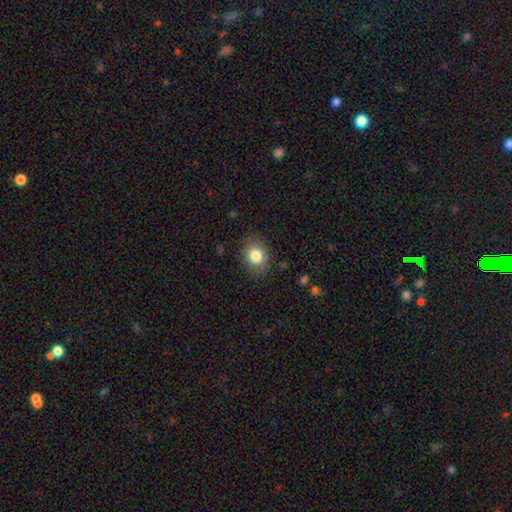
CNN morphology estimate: Q: Smooth or featured?
A: smooth (82%); runner-up: star or artifact (10%)
Q: How rounded?
A: round (52%); runner-up: in between (47%)
Q: Merging?
A: none (83%); runner-up: minor disturbance (12%)